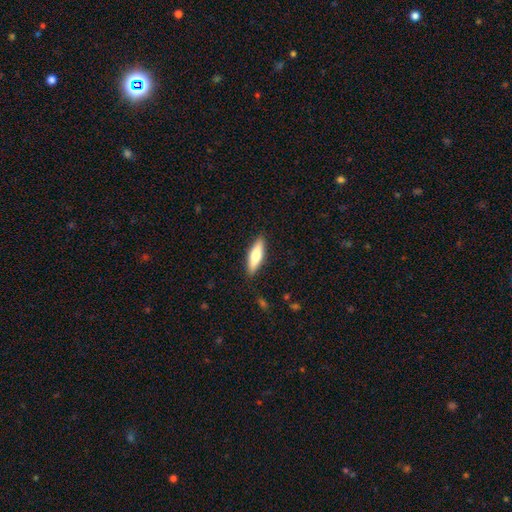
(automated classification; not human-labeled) A smooth galaxy with no disk features (66%) that is cigar-shaped (60%).

Vote fractions:
- Smooth or featured? smooth: 66% / featured or disk: 29% / star or artifact: 5%
- How rounded? cigar-shaped: 60% / in between: 38% / round: 2%
- Merging? none: 88% / minor disturbance: 9% / major disturbance: 2% / merger: 1%